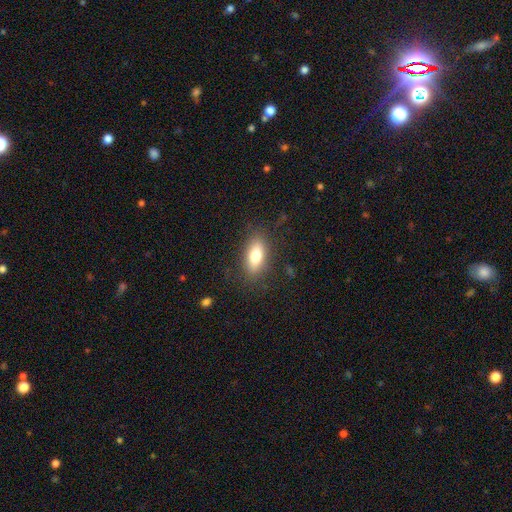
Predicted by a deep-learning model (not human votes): This appears to be a smooth galaxy with no disk features (75%) that is in between round and cigar-shaped (81%). Merging: none (84%).